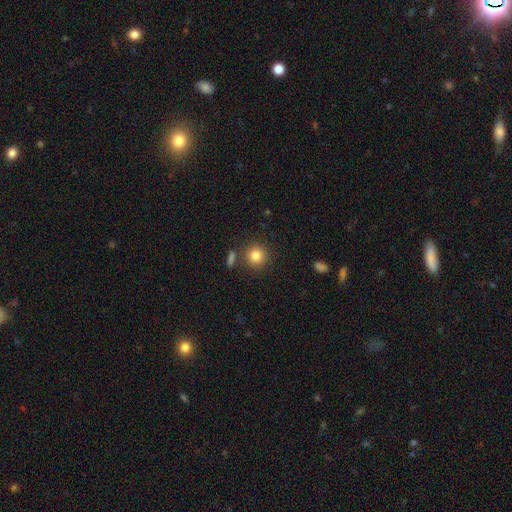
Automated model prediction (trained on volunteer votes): This appears to be a smooth galaxy with no disk features (83%) that is round (91%). Merging: none (81%).